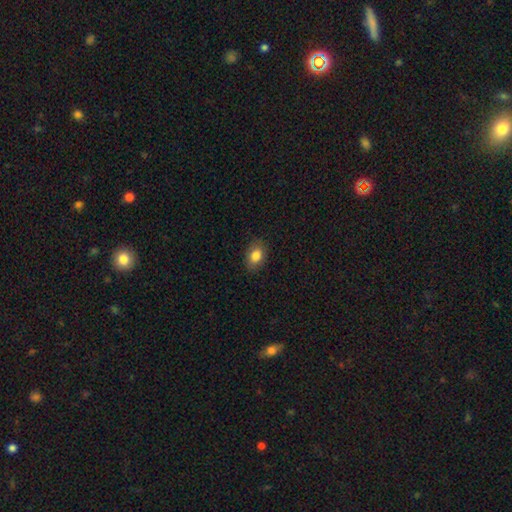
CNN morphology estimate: Q: Smooth or featured?
A: smooth (84%); runner-up: star or artifact (8%)
Q: How rounded?
A: in between (78%); runner-up: round (20%)
Q: Merging?
A: none (84%); runner-up: minor disturbance (12%)